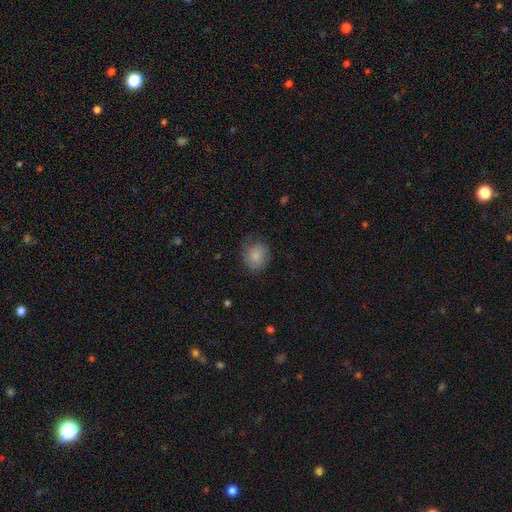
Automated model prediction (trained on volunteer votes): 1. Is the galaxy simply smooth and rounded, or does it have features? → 80% smooth, 12% featured or disk, 7% star or artifact.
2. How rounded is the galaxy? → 76% round, 23% in between, 1% cigar-shaped.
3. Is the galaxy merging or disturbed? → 70% none, 22% minor disturbance, 7% major disturbance, 1% merger.